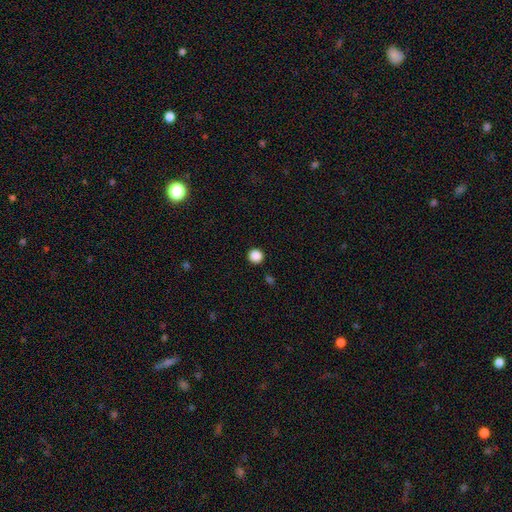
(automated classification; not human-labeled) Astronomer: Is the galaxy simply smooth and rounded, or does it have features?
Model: smooth — 87%.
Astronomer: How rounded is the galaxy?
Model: round — 95%.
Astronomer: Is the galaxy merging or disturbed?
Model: none — 93%.